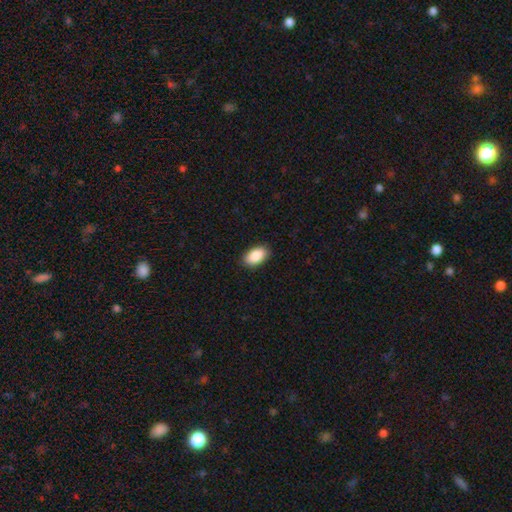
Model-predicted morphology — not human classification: Overall: smooth (90%). How rounded: in between (94%). Merging: none (89%).